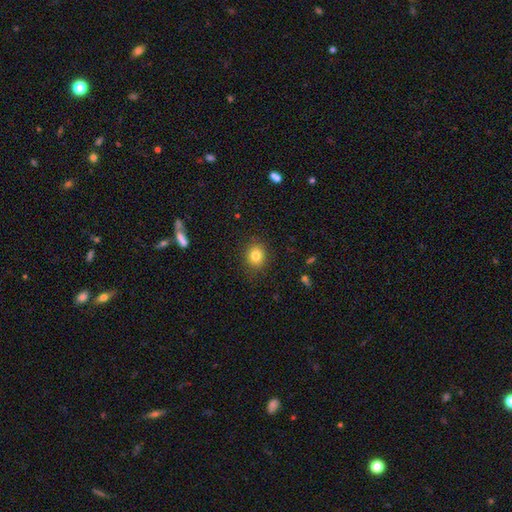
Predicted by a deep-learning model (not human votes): Morphology: type=smooth (82%); roundness=round (71%); merging=none (86%).